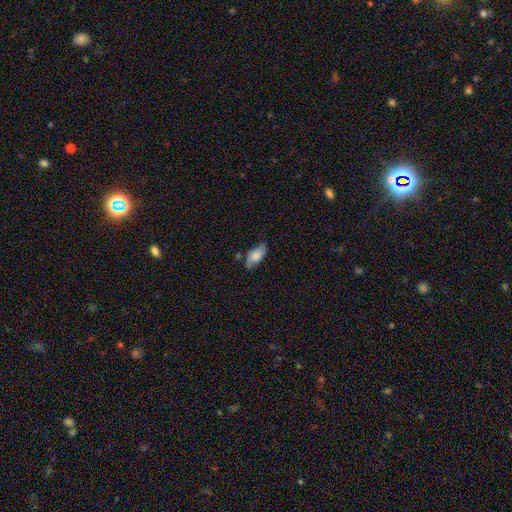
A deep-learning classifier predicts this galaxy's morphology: A smooth galaxy with no disk features (62%) that is in between round and cigar-shaped (86%). Merging: none (63%).